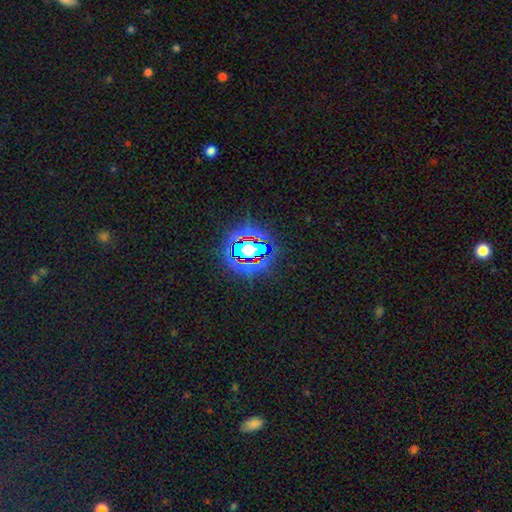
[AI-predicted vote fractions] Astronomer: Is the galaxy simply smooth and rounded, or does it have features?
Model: star or artifact — 81%.